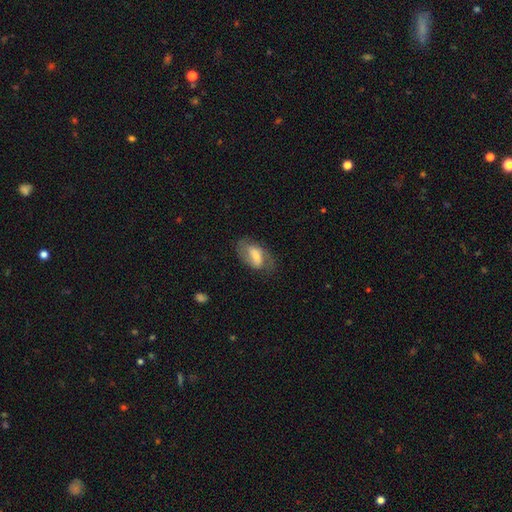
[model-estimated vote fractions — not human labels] A featured or disk galaxy (57%) with a weak bar (44%), spiral arms (79%) and a moderate central bulge (44%).

Vote fractions:
- Smooth or featured? featured or disk: 57% / smooth: 36% / star or artifact: 7%
- Edge-on disk? no: 95% / yes: 5%
- Bar? weak: 44% / strong: 32% / no: 24%
- Spiral arms? yes: 79% / no: 21%
- Bulge size? moderate: 44% / small: 43% / large: 8% / none: 5% / dominant: 2%
- Merging? none: 66% / minor disturbance: 21% / major disturbance: 12% / merger: 2%